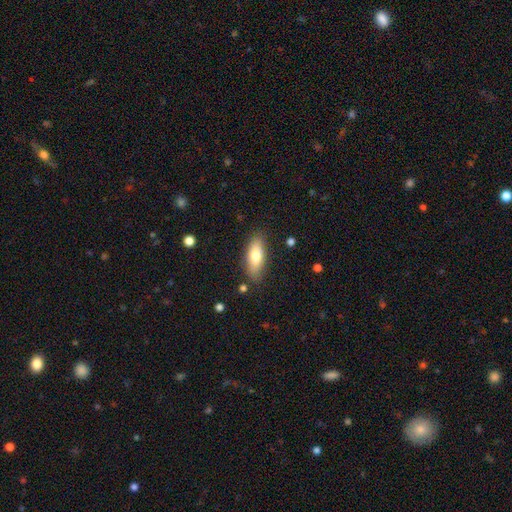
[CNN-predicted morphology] Smooth or featured? Predicted: smooth (p=0.71). How rounded? Predicted: in between (p=0.70). Merging? Predicted: none (p=0.83).